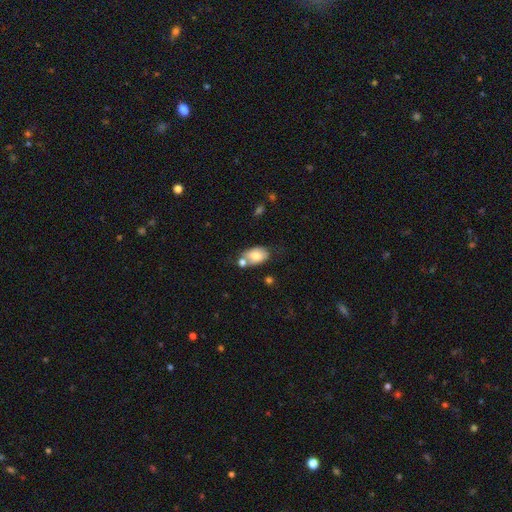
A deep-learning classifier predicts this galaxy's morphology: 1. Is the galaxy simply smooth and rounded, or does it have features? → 72% smooth, 20% featured or disk, 7% star or artifact.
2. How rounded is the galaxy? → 88% in between, 11% round, 2% cigar-shaped.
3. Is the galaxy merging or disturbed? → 47% none, 28% merger, 18% minor disturbance, 6% major disturbance.